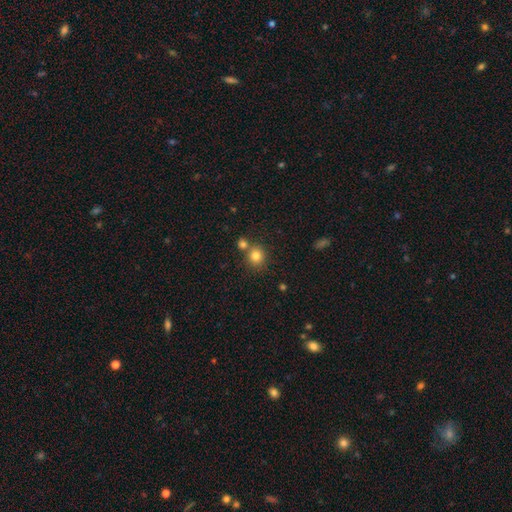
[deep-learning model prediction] The model was most divided on "merging": none: 66%, merger: 23%, minor disturbance: 9%, major disturbance: 3%. More confident: how rounded — round (86%); smooth or featured — smooth (82%).